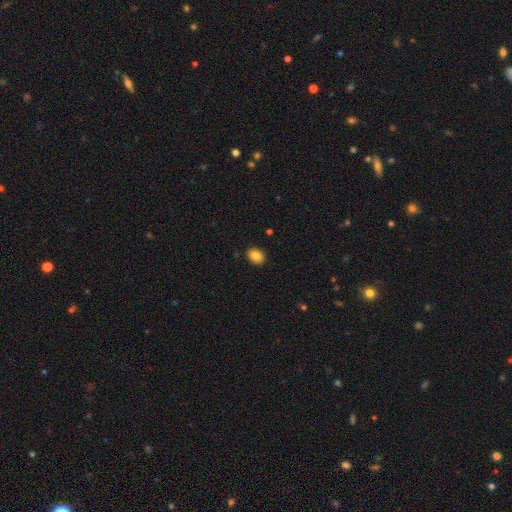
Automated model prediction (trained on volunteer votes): Smooth or featured? Predicted: smooth (p=0.86). How rounded? Predicted: in between (p=0.62). Merging? Predicted: none (p=0.90).